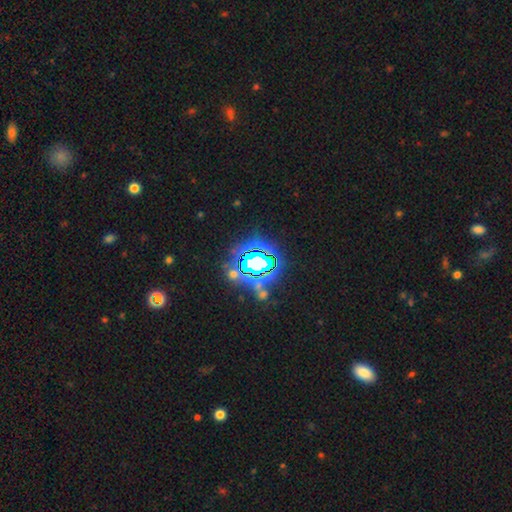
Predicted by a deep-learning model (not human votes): Overall: star or artifact (74%).